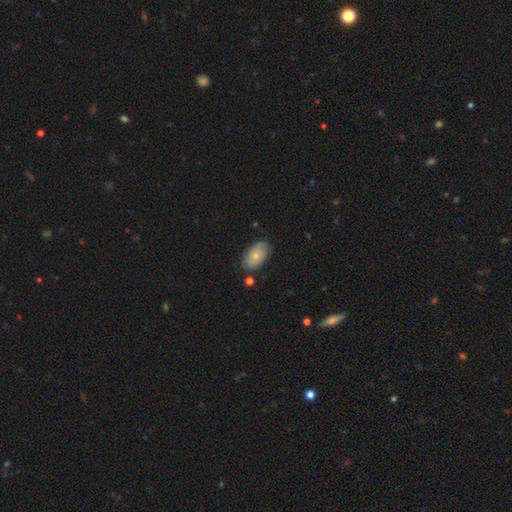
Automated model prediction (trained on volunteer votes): This appears to be a smooth galaxy with no disk features (63%) that is in between round and cigar-shaped (92%). Merging: none (72%).